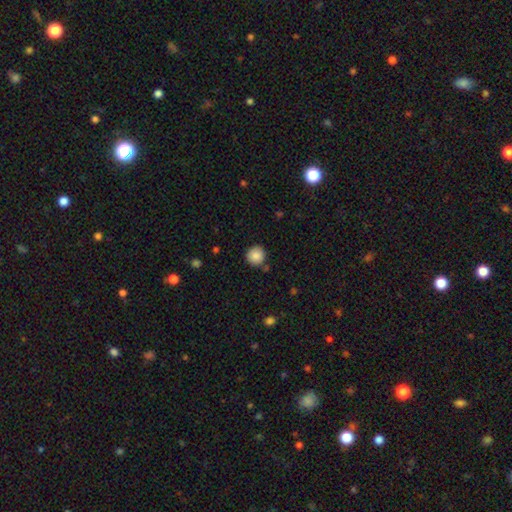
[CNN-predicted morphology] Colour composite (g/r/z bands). It shows a smooth galaxy with no disk features (87%) that is round (93%). Merging: none (86%).